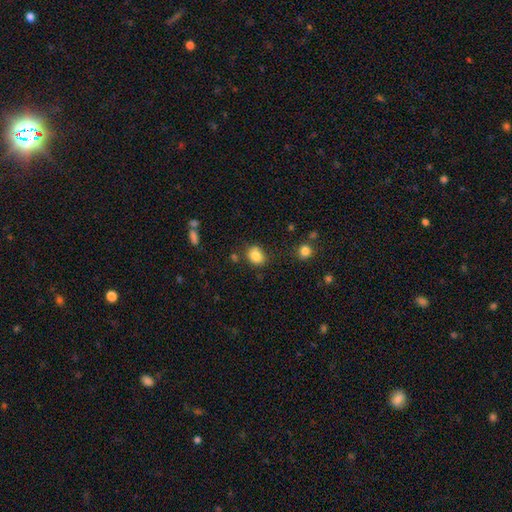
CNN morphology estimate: This is clearly a smooth galaxy (83%). How rounded: possibly in between (51%). Merging: likely none (74%).